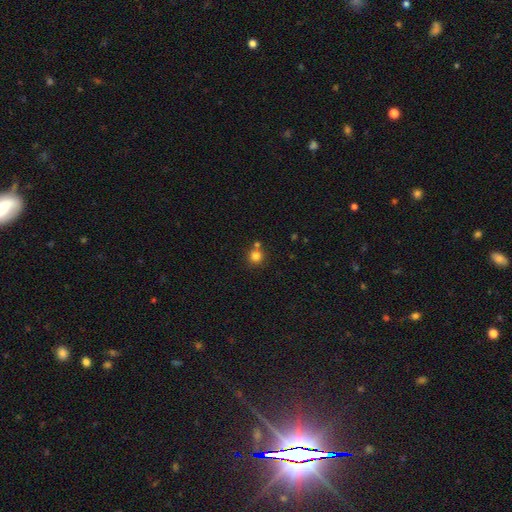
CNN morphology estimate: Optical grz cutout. It shows a smooth galaxy with no disk features (81%) that is round (92%). Merging: none (67%).